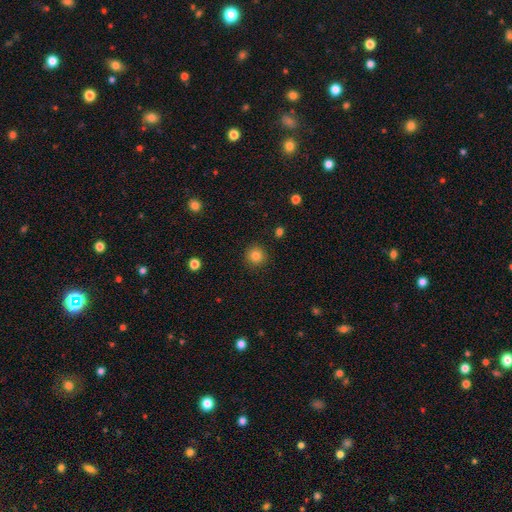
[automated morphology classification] Smooth or featured: smooth — 84% (star or artifact — 12%)
How rounded: round — 94% (in between — 5%)
Merging: none — 91% (minor disturbance — 6%)